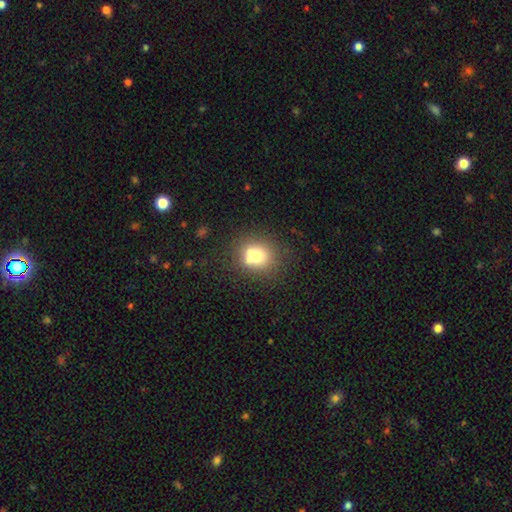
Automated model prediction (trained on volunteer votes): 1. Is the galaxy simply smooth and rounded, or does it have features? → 66% smooth, 21% featured or disk, 13% star or artifact.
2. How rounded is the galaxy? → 77% round, 22% in between, 1% cigar-shaped.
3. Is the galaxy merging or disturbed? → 51% none, 32% merger, 12% minor disturbance, 5% major disturbance.